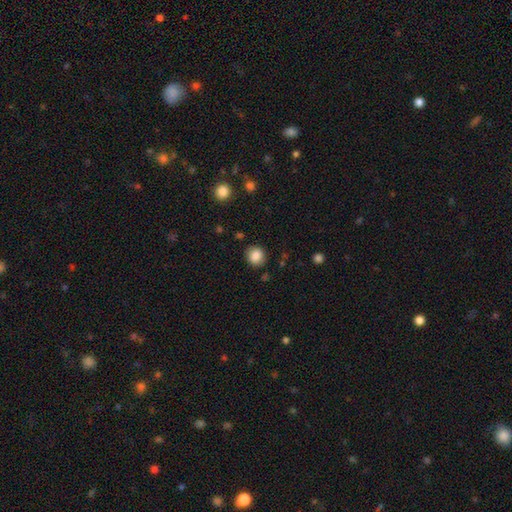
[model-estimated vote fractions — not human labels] The model was most divided on "how rounded": round: 84%, in between: 15%, cigar-shaped: 1%. More confident: merging — none (87%); smooth or featured — smooth (86%).